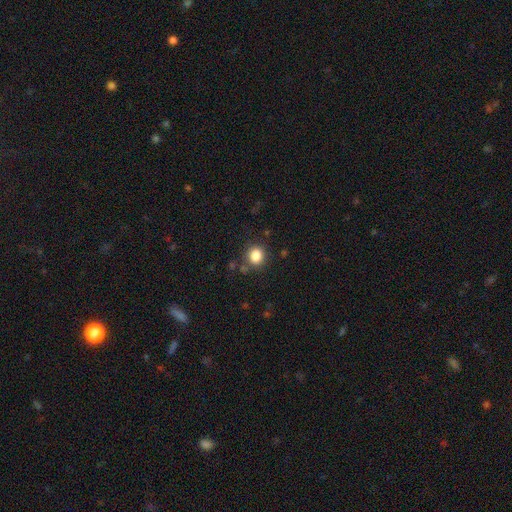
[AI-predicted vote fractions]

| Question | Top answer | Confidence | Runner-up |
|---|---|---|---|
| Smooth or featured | smooth | 84% | star or artifact (11%) |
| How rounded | round | 82% | in between (17%) |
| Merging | none | 84% | minor disturbance (9%) |